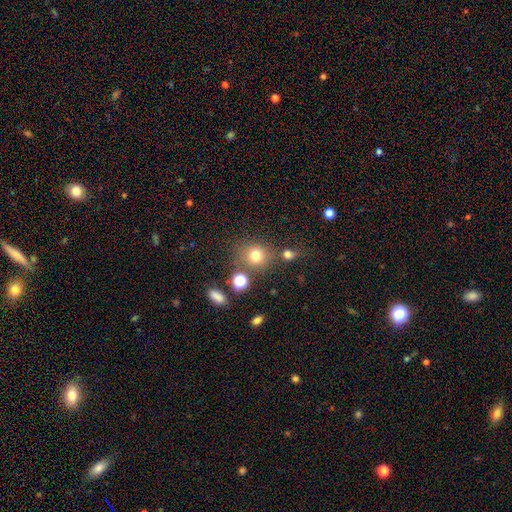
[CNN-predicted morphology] Smooth or featured?
  - smooth: 75% *
  - star or artifact: 16%
  - featured or disk: 9%
How rounded?
  - round: 78% *
  - in between: 20%
  - cigar-shaped: 1%
Merging?
  - none: 70% *
  - minor disturbance: 12%
  - merger: 12%
  - major disturbance: 6%